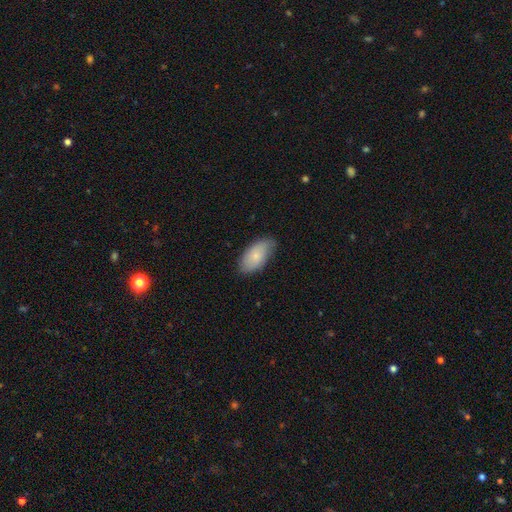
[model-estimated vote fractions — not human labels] A smooth galaxy with no disk features (72%) that is in between round and cigar-shaped (94%). Merging: none (74%).